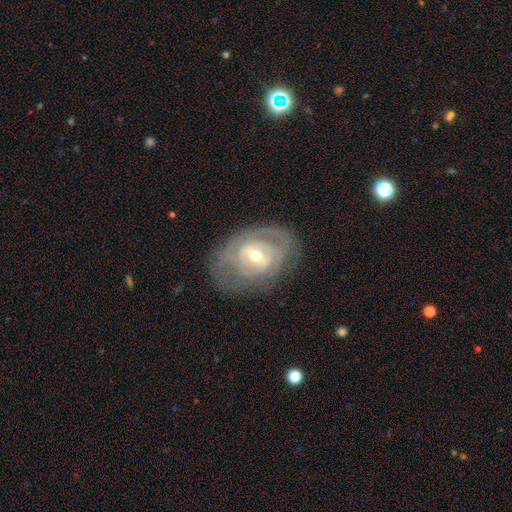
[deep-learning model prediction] This is likely a featured or disk galaxy (78%). It is clearly not viewed edge-on (94%). Bar: possibly weak (45%). Spiral arm pattern: likely yes (65%). Central bulge: possibly moderate (57%). Merging: likely none (69%).